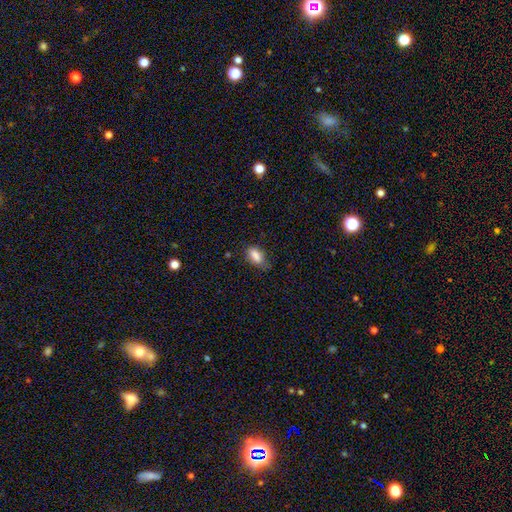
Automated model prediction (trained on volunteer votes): Smooth or featured: smooth — 85% (star or artifact — 9%)
How rounded: in between — 87% (cigar-shaped — 6%)
Merging: none — 61% (minor disturbance — 30%)